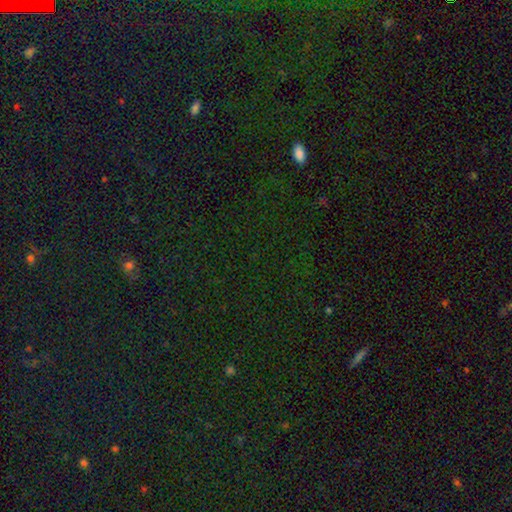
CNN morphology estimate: Smooth or featured: star or artifact — 78% (smooth — 15%)